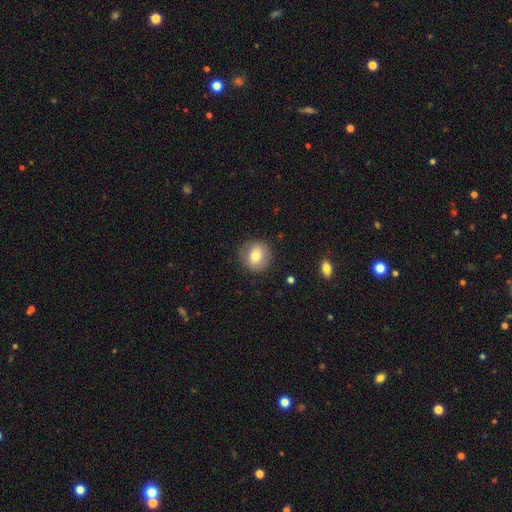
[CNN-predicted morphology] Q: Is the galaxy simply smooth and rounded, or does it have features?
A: smooth — 75%.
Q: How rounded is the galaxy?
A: round — 88%.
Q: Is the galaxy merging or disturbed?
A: none — 85%.